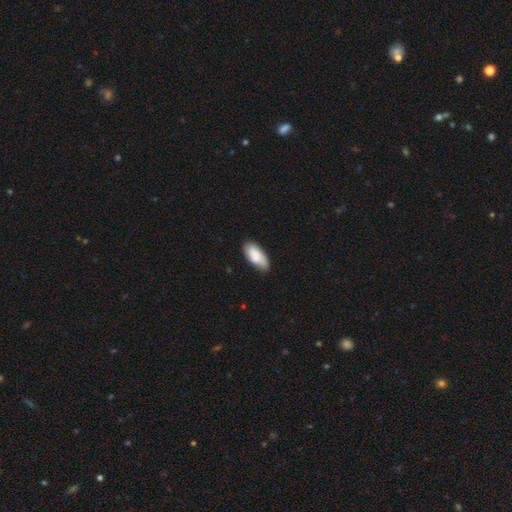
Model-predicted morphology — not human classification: type=smooth (80%); roundness=in between (88%); merging=none (74%).